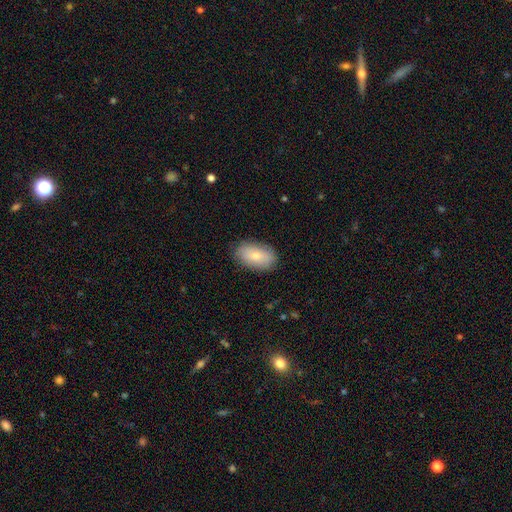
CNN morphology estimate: Smooth or featured? smooth (78%)
How rounded? in between (93%)
Merging? none (85%)